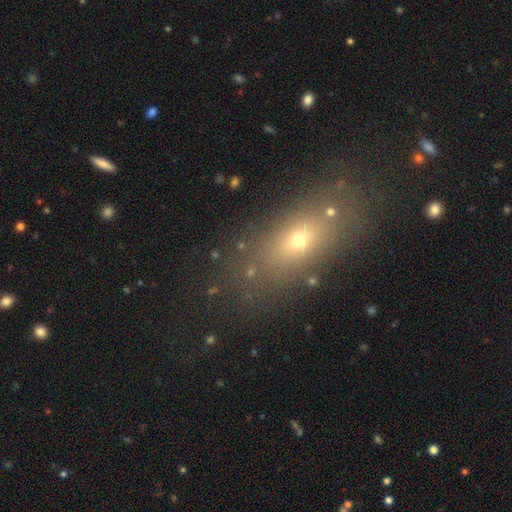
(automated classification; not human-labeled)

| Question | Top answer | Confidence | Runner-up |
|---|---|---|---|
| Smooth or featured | smooth | 58% | star or artifact (24%) |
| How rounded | in between | 68% | cigar-shaped (16%) |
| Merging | none | 80% | minor disturbance (11%) |